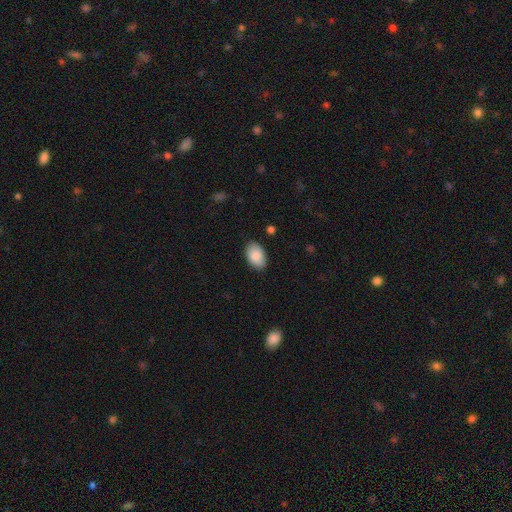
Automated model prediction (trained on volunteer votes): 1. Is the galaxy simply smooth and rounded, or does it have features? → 88% smooth, 6% star or artifact, 5% featured or disk.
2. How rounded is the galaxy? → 93% in between, 6% round, 1% cigar-shaped.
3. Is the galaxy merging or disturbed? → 86% none, 11% minor disturbance, 2% major disturbance, 1% merger.